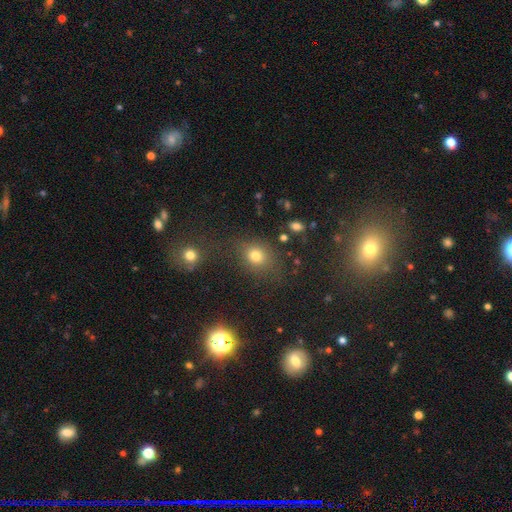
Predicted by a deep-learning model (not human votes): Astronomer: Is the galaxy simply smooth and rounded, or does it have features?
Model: smooth — 74%.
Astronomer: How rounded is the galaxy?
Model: round — 59% (runner-up: in between, 39%).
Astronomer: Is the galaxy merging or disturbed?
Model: none — 70%.